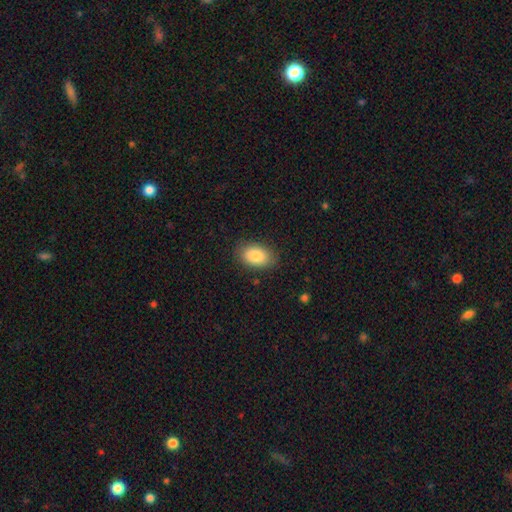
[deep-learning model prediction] Smooth or featured? Predicted: smooth (p=0.86). How rounded? Predicted: in between (p=0.90). Merging? Predicted: none (p=0.84).